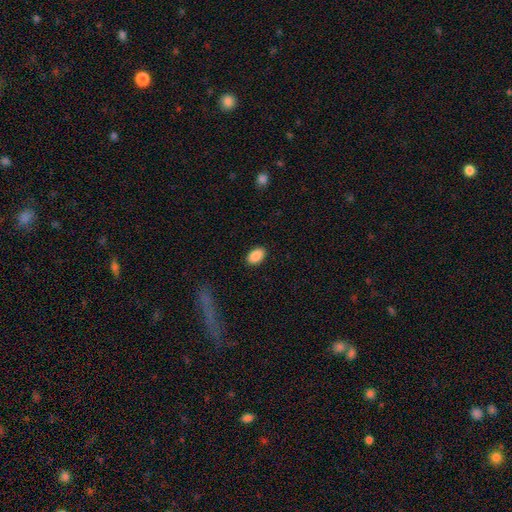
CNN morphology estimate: Smooth or featured? Predicted: smooth (p=0.89). How rounded? Predicted: in between (p=0.90). Merging? Predicted: none (p=0.88).